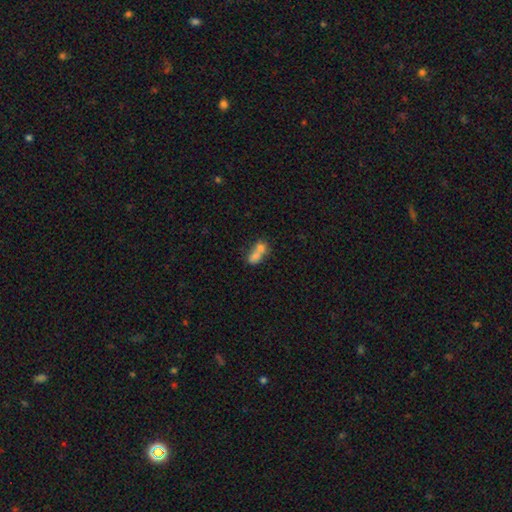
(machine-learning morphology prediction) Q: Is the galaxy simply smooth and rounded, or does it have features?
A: smooth — 68%.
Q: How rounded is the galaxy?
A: in between — 67%.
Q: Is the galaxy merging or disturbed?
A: merger — 71%.